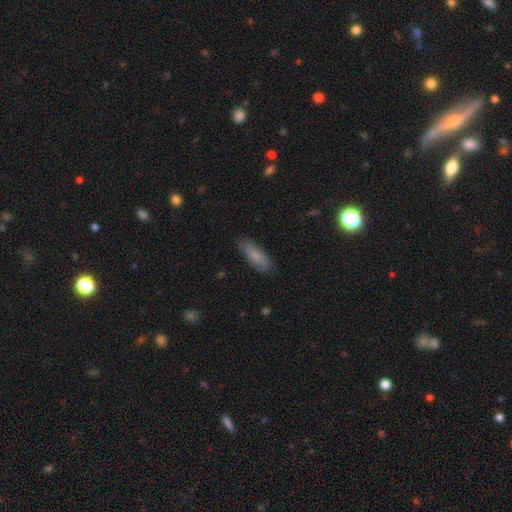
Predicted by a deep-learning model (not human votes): Smooth or featured? smooth (80%)
How rounded? in between (62%)
Merging? none (81%)